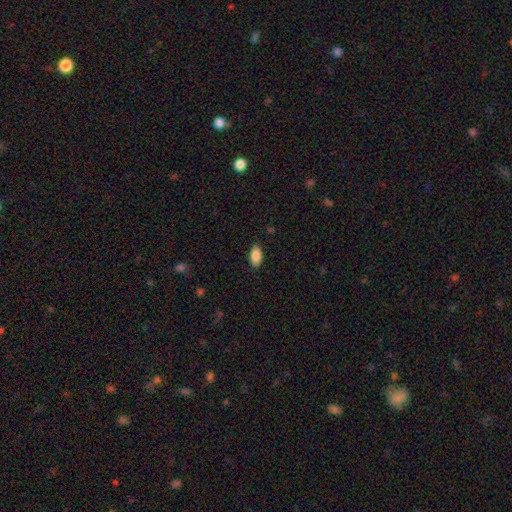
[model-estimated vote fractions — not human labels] Smooth or featured? smooth (87%)
How rounded? in between (92%)
Merging? none (86%)